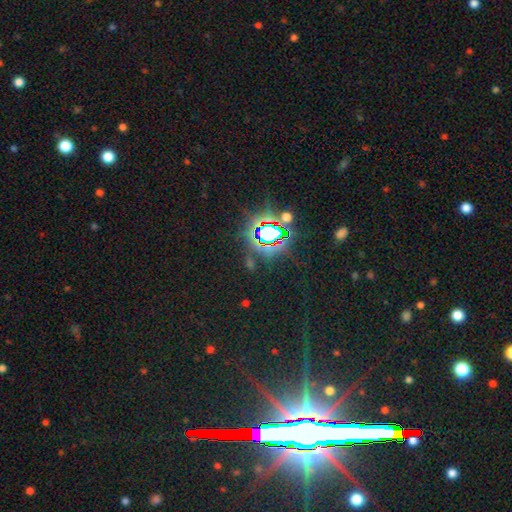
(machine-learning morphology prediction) Smooth or featured? star or artifact (83%)